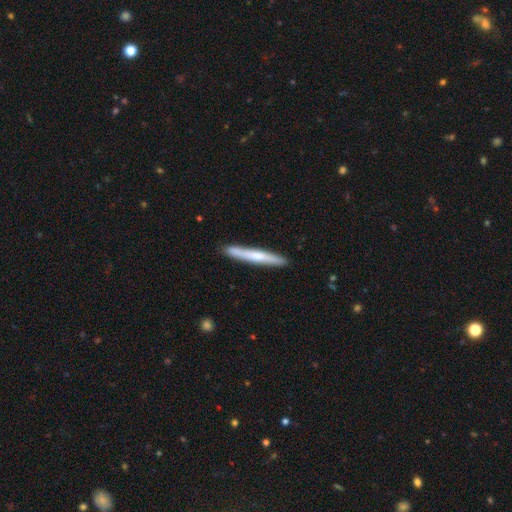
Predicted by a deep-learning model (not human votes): smooth_or_featured: smooth (p=0.52) [alt: featured or disk p=0.42]
how_rounded: cigar-shaped (p=0.96) [alt: in between p=0.03]
merging: none (p=0.89) [alt: minor disturbance p=0.08]